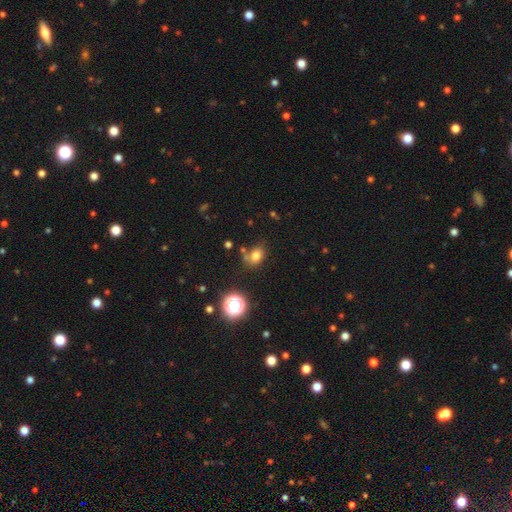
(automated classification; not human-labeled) smooth_or_featured: smooth (p=0.75) [alt: star or artifact p=0.16]
how_rounded: in between (p=0.59) [alt: round p=0.40]
merging: none (p=0.64) [alt: minor disturbance p=0.19]